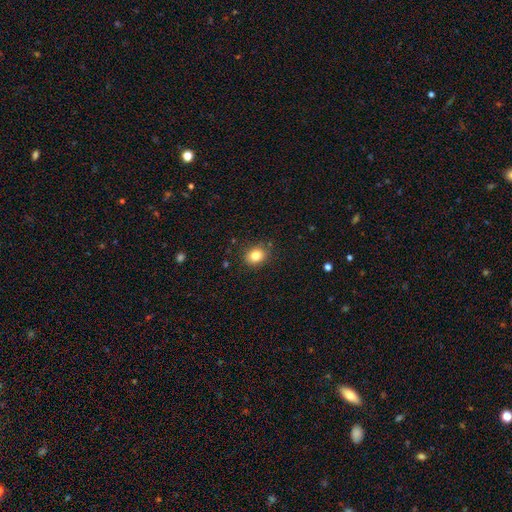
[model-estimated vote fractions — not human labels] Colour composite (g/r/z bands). It shows a smooth galaxy with no disk features (83%) that is round (54%). Merging: none (84%).